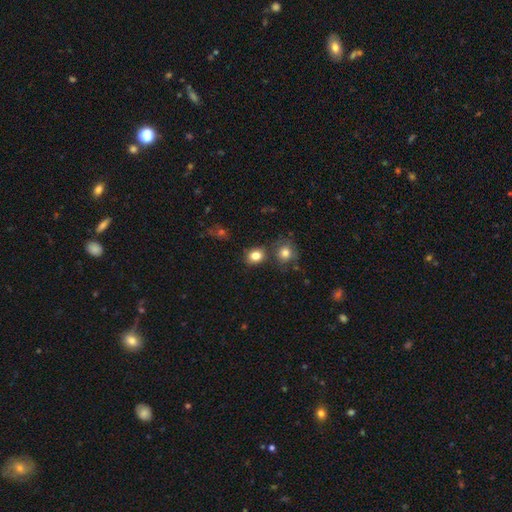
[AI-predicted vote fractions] This appears to be a smooth galaxy with no disk features (82%) that is round (59%). Merging: none (70%).